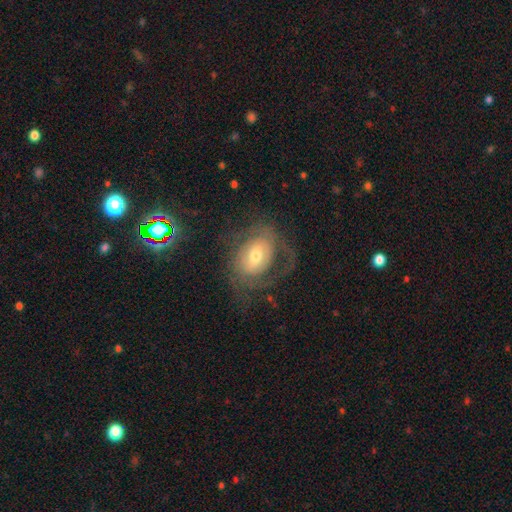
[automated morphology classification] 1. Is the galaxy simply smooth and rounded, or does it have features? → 67% featured or disk, 25% smooth, 8% star or artifact.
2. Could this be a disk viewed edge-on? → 96% no, 4% yes.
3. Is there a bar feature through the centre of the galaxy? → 46% weak, 37% no, 17% strong.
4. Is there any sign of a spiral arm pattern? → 78% yes, 22% no.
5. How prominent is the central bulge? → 61% moderate, 29% small, 8% large, 1% dominant, 1% none.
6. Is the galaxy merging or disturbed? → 52% none, 27% major disturbance, 19% minor disturbance, 2% merger.